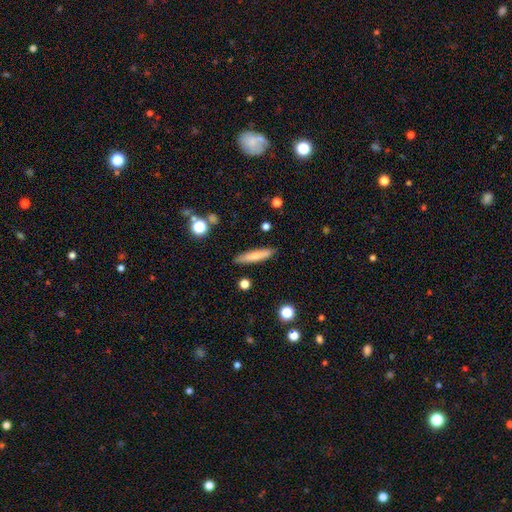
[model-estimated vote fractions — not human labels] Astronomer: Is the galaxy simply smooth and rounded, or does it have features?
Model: smooth — 73%.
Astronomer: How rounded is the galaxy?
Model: cigar-shaped — 85%.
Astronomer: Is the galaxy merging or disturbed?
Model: none — 88%.